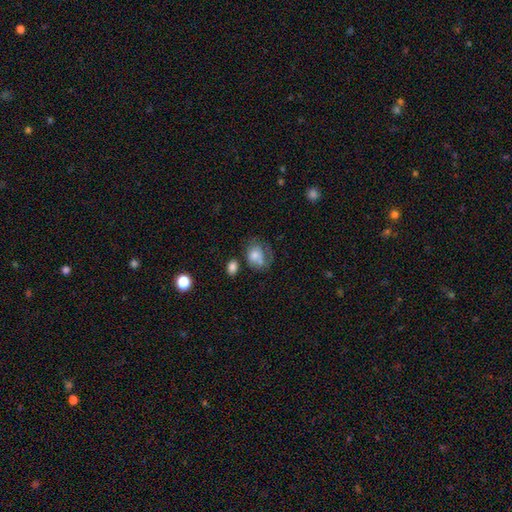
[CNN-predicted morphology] Smooth or featured?
  - smooth: 66% *
  - featured or disk: 24%
  - star or artifact: 9%
How rounded?
  - in between: 53% *
  - round: 46%
  - cigar-shaped: 1%
Merging?
  - none: 33% *
  - major disturbance: 27%
  - minor disturbance: 25%
  - merger: 15%